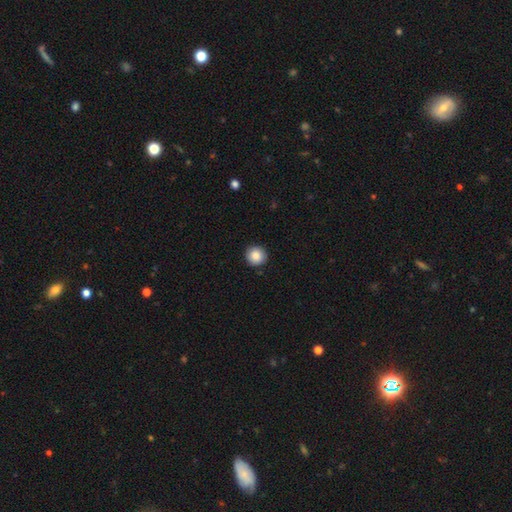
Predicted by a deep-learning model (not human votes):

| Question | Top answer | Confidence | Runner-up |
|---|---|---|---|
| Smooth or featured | smooth | 87% | star or artifact (8%) |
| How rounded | round | 95% | in between (4%) |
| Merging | none | 91% | minor disturbance (6%) |